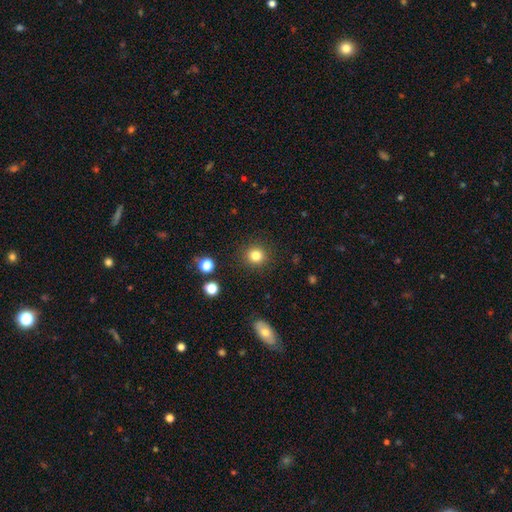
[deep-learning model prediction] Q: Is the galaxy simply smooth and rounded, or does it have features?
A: smooth — 82%.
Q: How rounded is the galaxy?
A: round — 92%.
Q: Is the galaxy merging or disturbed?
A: none — 90%.